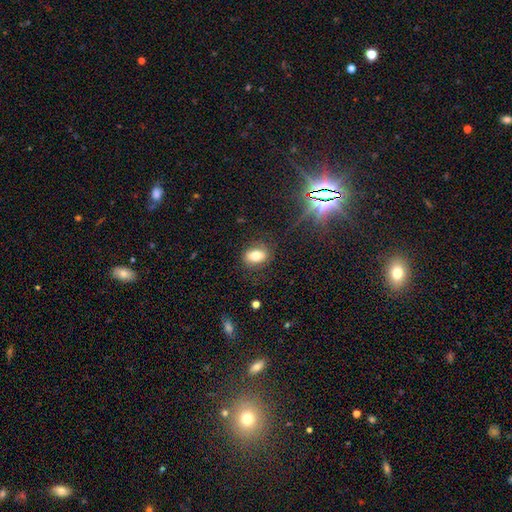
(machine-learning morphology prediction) Q: Smooth or featured?
A: smooth (75%); runner-up: featured or disk (13%)
Q: How rounded?
A: in between (78%); runner-up: round (21%)
Q: Merging?
A: none (80%); runner-up: minor disturbance (13%)